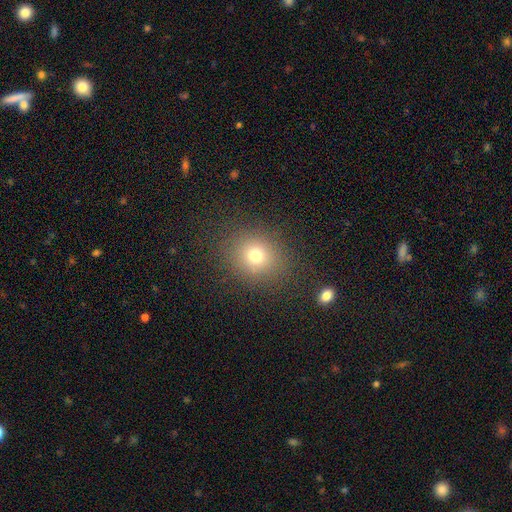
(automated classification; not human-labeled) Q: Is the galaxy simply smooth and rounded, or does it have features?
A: smooth — 72%.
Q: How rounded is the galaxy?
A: round — 74%.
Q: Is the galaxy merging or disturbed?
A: none — 84%.